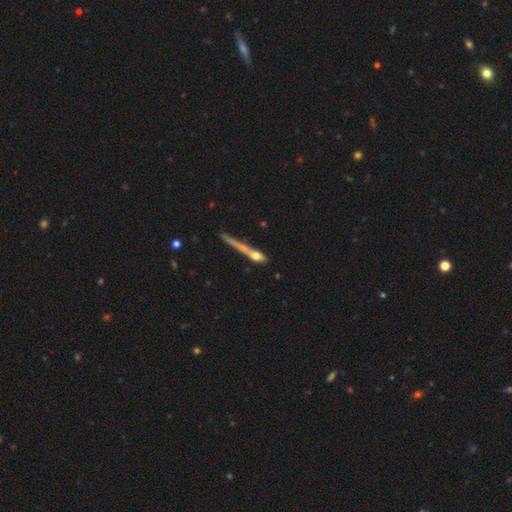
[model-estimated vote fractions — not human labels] A smooth galaxy with no disk features (58%) that is cigar-shaped (75%).

Vote fractions:
- Smooth or featured? smooth: 58% / featured or disk: 33% / star or artifact: 10%
- How rounded? cigar-shaped: 75% / in between: 16% / round: 9%
- Merging? none: 47% / minor disturbance: 21% / major disturbance: 17% / merger: 15%